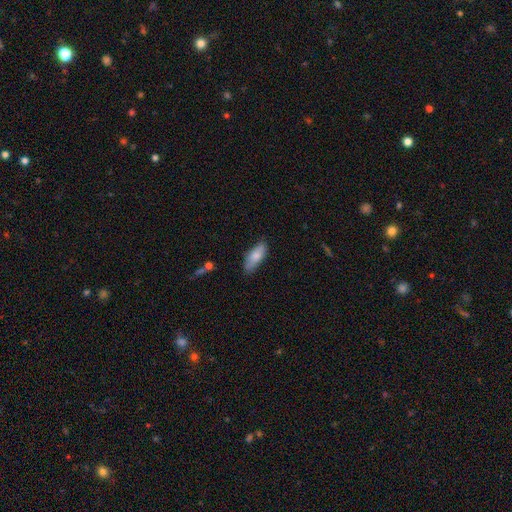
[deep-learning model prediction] Overall: smooth (78%). How rounded: in between (72%). Merging: none (74%).